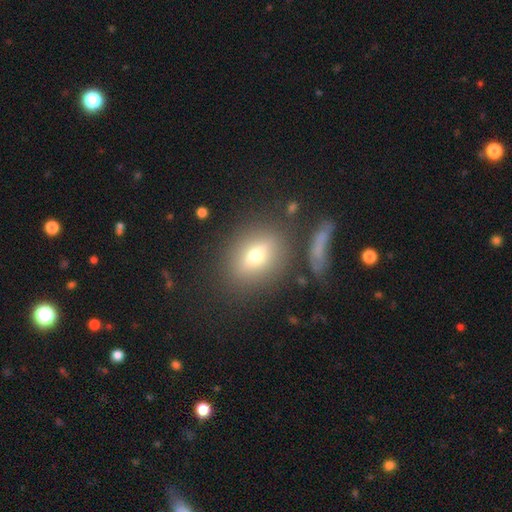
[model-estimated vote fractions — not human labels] Morphology: type=smooth (55%); roundness=in between (58%); merging=none (80%).